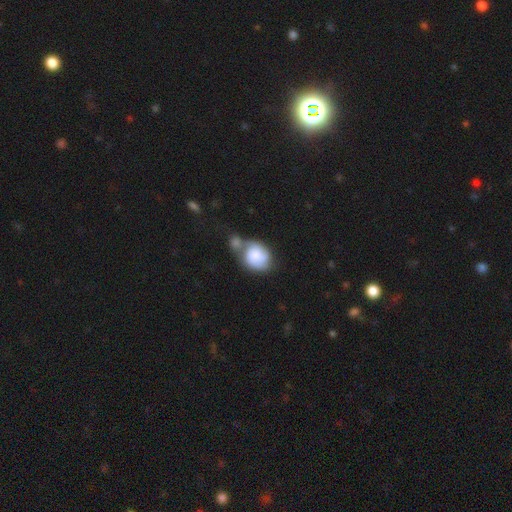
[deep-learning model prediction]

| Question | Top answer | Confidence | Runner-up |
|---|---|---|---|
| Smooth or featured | smooth | 67% | featured or disk (26%) |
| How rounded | round | 54% | in between (44%) |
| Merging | merger | 53% | none (22%) |